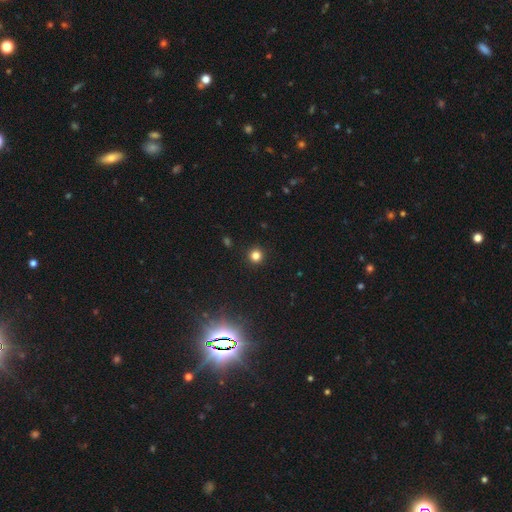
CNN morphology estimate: This is clearly a smooth galaxy (81%). How rounded: clearly round (95%). Merging: clearly none (93%).